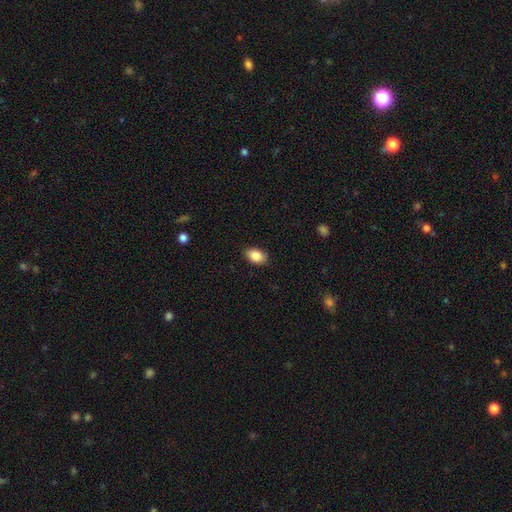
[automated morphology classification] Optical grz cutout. It shows a smooth galaxy with no disk features (86%) that is in between round and cigar-shaped (86%). Merging: none (87%).